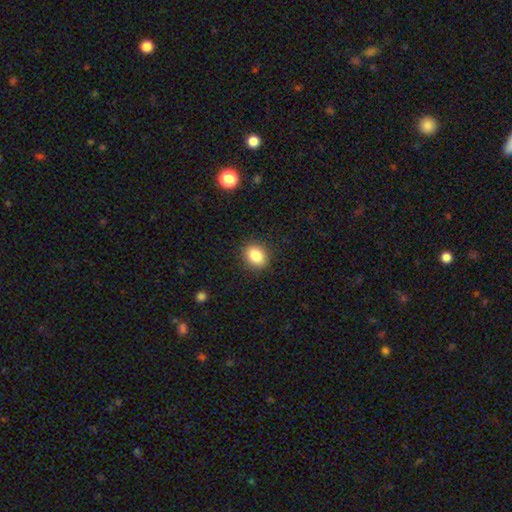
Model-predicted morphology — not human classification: type=smooth (86%); roundness=in between (55%); merging=none (88%).